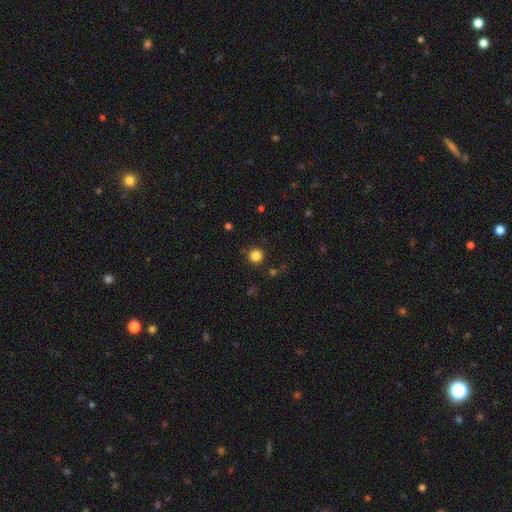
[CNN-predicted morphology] smooth-or-featured: smooth: 84% | star or artifact: 12% | featured or disk: 4%
  how-rounded: round: 95% | in between: 4% | cigar-shaped: 1%
  merging: none: 90% | minor disturbance: 6% | major disturbance: 2% | merger: 2%